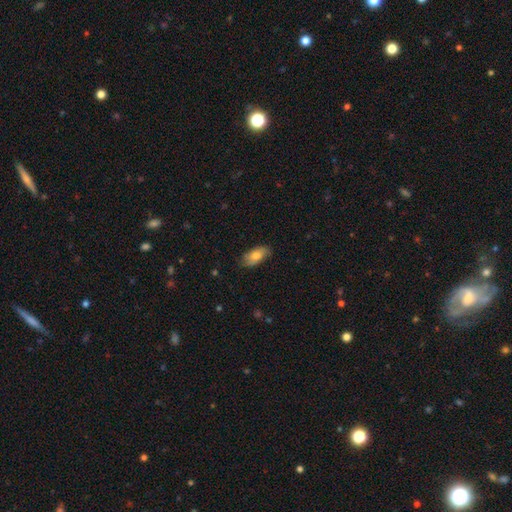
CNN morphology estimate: This appears to be a smooth galaxy with no disk features (64%) that is in between round and cigar-shaped (88%). Merging: none (76%).